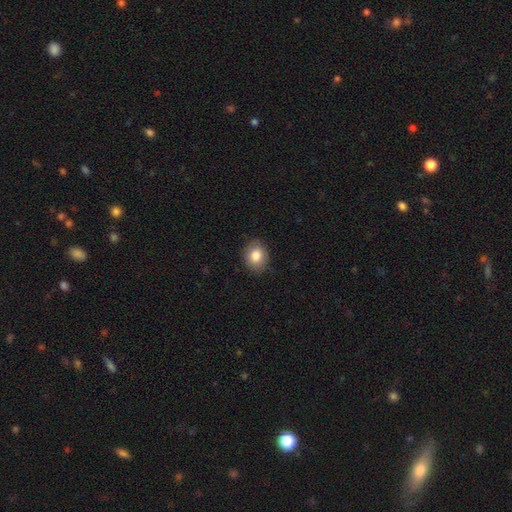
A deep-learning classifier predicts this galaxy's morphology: This appears to be a smooth galaxy with no disk features (82%) that is round (55%). Merging: none (86%).